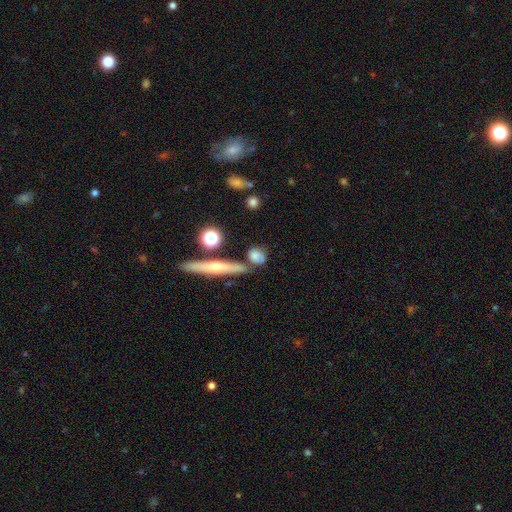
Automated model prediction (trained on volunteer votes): Q: Smooth or featured?
A: smooth (71%); runner-up: featured or disk (19%)
Q: How rounded?
A: round (64%); runner-up: in between (23%)
Q: Merging?
A: none (67%); runner-up: minor disturbance (16%)